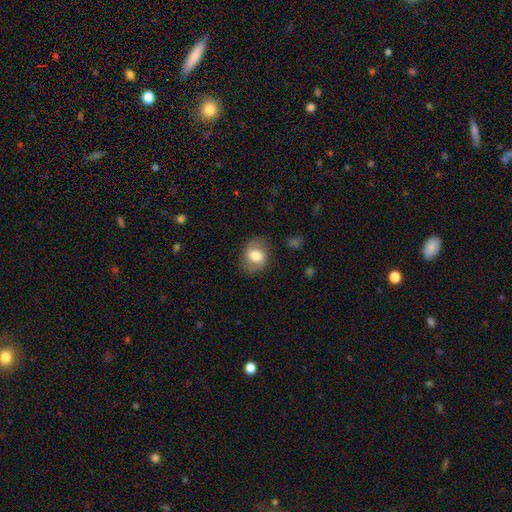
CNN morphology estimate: smooth-or-featured: smooth: 61% | featured or disk: 32% | star or artifact: 8%
  how-rounded: in between: 57% | round: 42% | cigar-shaped: 1%
  merging: none: 77% | minor disturbance: 16% | major disturbance: 6% | merger: 1%